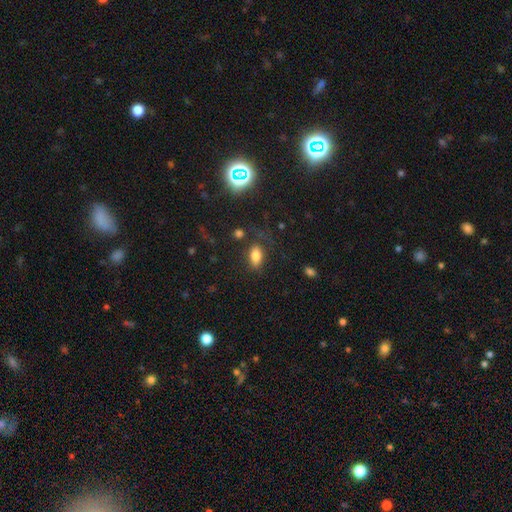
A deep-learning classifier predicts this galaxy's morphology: smooth 80%, star or artifact 12%, featured or disk 8%. Down the decision tree: how rounded — in between (89%); merging — none (74%).